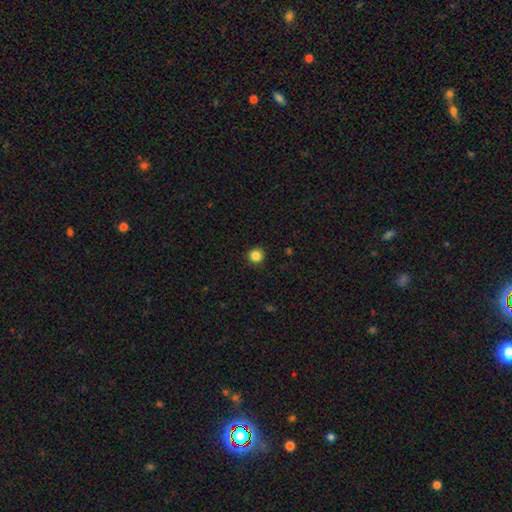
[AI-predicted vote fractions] A smooth galaxy with no disk features (85%) that is round (94%).

Vote fractions:
- Smooth or featured? smooth: 85% / star or artifact: 11% / featured or disk: 3%
- How rounded? round: 94% / in between: 5% / cigar-shaped: 1%
- Merging? none: 91% / minor disturbance: 6% / major disturbance: 2% / merger: 1%